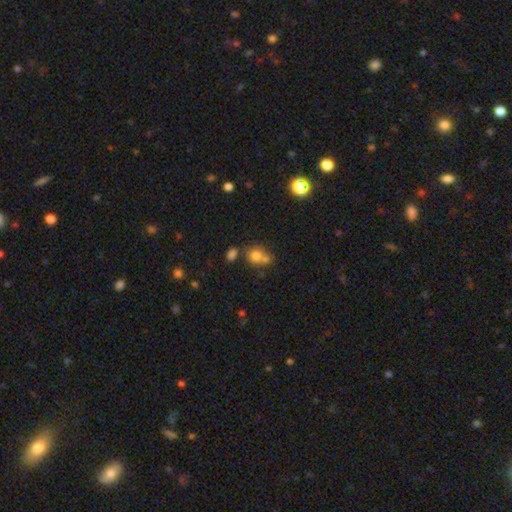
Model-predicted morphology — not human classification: Smooth or featured?
  - smooth: 75% *
  - star or artifact: 13%
  - featured or disk: 11%
How rounded?
  - round: 73% *
  - in between: 26%
  - cigar-shaped: 1%
Merging?
  - none: 44% *
  - merger: 41%
  - minor disturbance: 10%
  - major disturbance: 5%